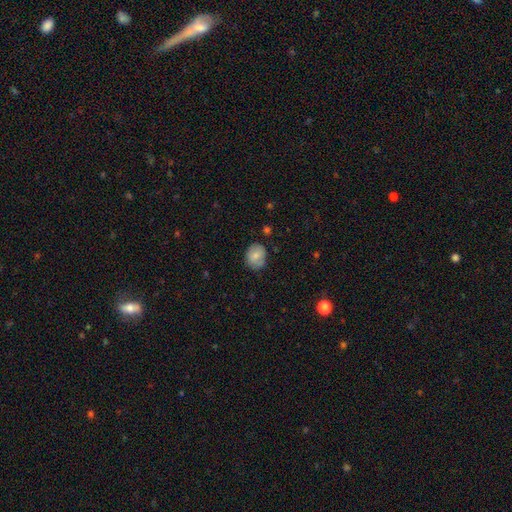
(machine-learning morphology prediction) type=smooth (75%); roundness=round (62%); merging=none (72%).